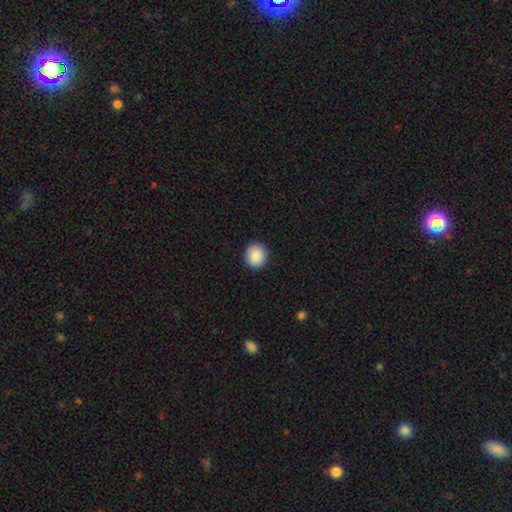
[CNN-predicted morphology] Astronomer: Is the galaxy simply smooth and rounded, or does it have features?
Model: smooth — 89%.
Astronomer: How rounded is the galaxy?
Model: round — 90%.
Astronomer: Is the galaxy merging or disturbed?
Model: none — 92%.